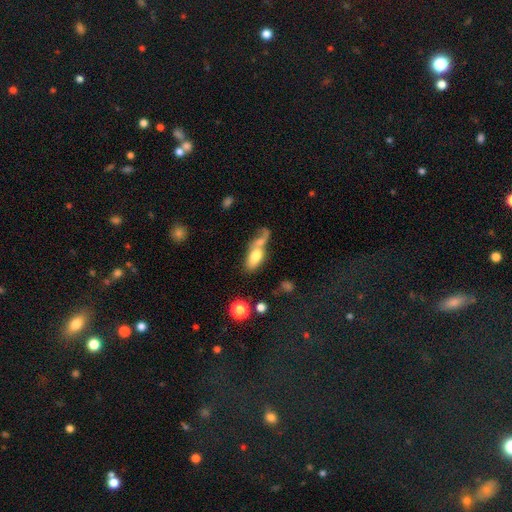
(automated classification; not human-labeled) smooth 69%, featured or disk 22%, star or artifact 9%. Down the decision tree: how rounded — in between (79%); merging — merger (55%).